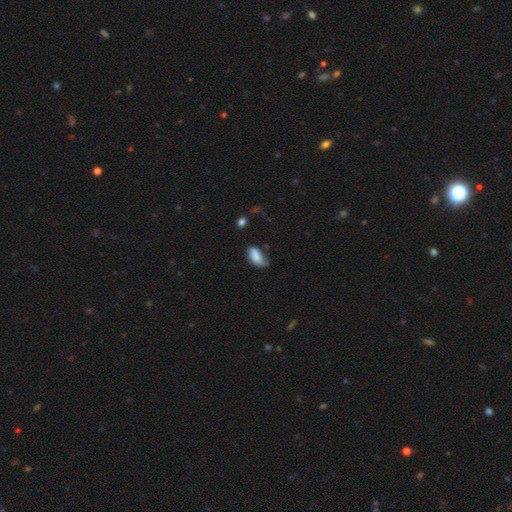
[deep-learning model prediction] Q: Smooth or featured?
A: smooth (84%); runner-up: featured or disk (9%)
Q: How rounded?
A: in between (92%); runner-up: cigar-shaped (4%)
Q: Merging?
A: none (42%); runner-up: minor disturbance (39%)